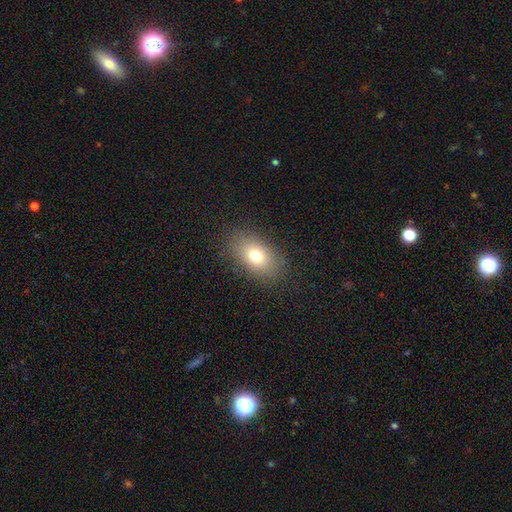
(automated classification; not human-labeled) Morphology: type=smooth (75%); roundness=in between (85%); merging=none (85%).